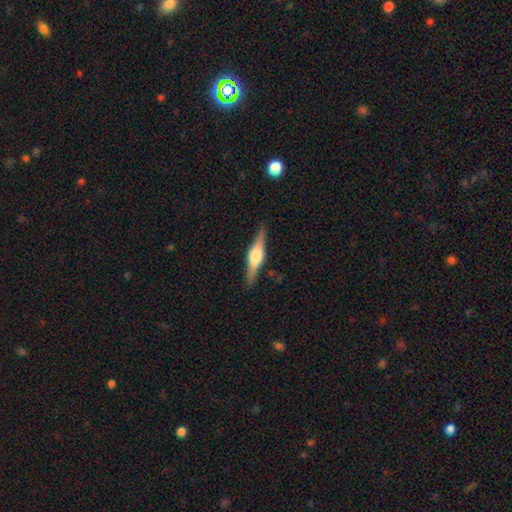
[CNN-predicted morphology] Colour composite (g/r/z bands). It shows a featured or disk galaxy (75%) viewed edge-on (98%) with a rounded central bulge (89%). Merging: none (89%).